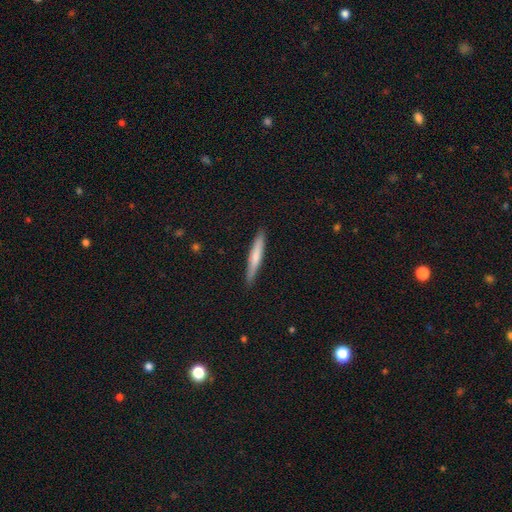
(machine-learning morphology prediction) smooth 66%, featured or disk 29%, star or artifact 5%. Down the decision tree: how rounded — cigar-shaped (94%); merging — none (89%).